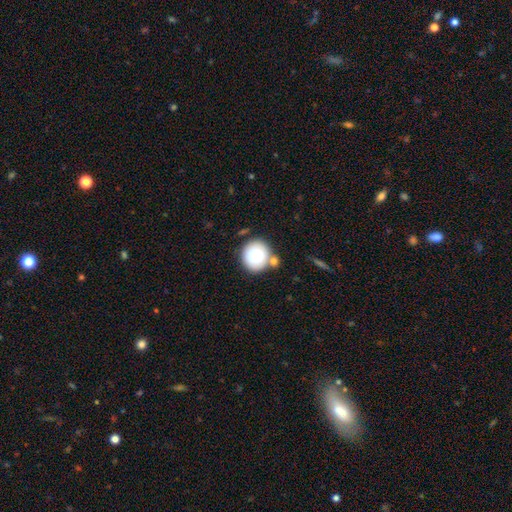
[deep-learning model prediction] smooth 80%, featured or disk 11%, star or artifact 8%. Down the decision tree: how rounded — round (89%); merging — none (71%).